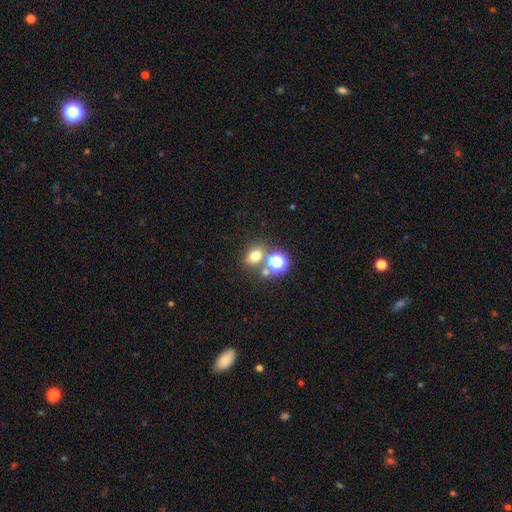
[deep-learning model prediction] Smooth or featured?
  - smooth: 69% *
  - star or artifact: 21%
  - featured or disk: 10%
How rounded?
  - round: 54% *
  - in between: 45%
  - cigar-shaped: 1%
Merging?
  - none: 61% *
  - merger: 24%
  - minor disturbance: 10%
  - major disturbance: 5%